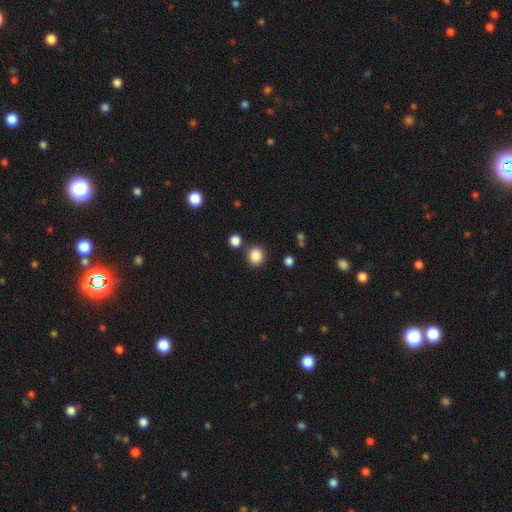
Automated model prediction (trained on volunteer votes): smooth 86%, star or artifact 10%, featured or disk 3%. Down the decision tree: how rounded — round (89%); merging — none (85%).